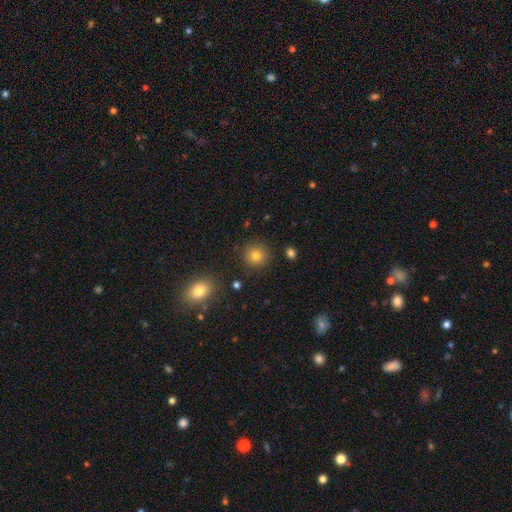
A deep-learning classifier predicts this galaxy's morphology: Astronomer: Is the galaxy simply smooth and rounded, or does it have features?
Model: smooth — 81%.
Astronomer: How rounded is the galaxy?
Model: round — 91%.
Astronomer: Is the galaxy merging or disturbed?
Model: none — 88%.